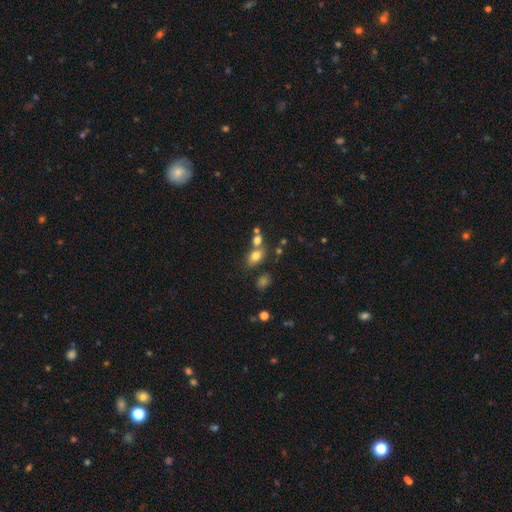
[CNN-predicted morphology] Smooth or featured: smooth — 77% (star or artifact — 12%)
How rounded: in between — 75% (round — 23%)
Merging: none — 48% (merger — 35%)